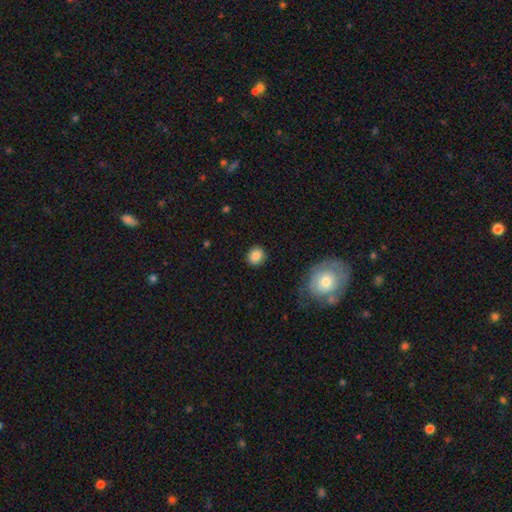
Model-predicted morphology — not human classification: Q: Smooth or featured?
A: smooth (85%); runner-up: star or artifact (9%)
Q: How rounded?
A: round (78%); runner-up: in between (21%)
Q: Merging?
A: none (88%); runner-up: minor disturbance (8%)